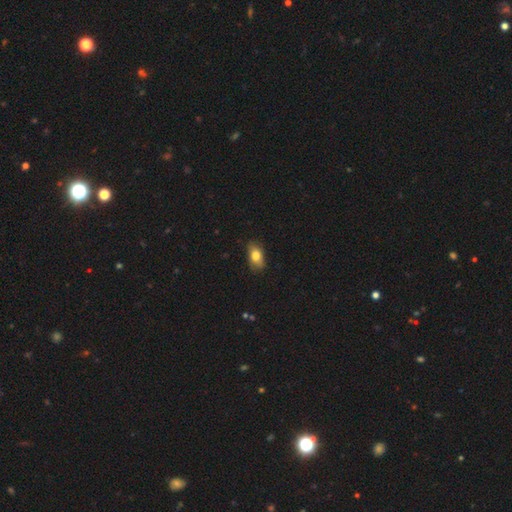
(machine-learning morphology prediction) Smooth or featured?
  - smooth: 77% *
  - featured or disk: 15%
  - star or artifact: 8%
How rounded?
  - in between: 85% *
  - round: 11%
  - cigar-shaped: 4%
Merging?
  - none: 76% *
  - minor disturbance: 20%
  - major disturbance: 3%
  - merger: 1%